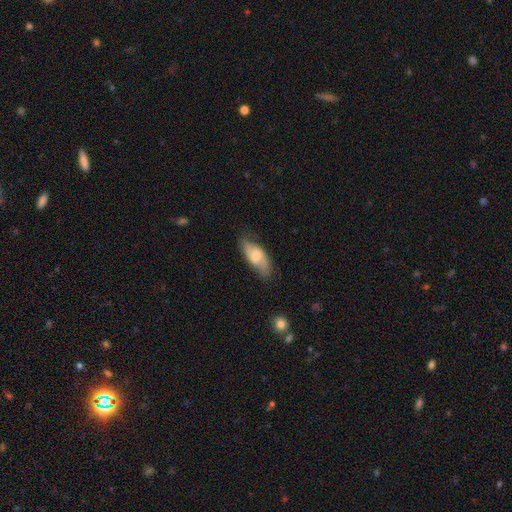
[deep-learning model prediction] Smooth or featured? featured or disk (54%)
Edge-on disk? no (88%)
Merging? none (69%)